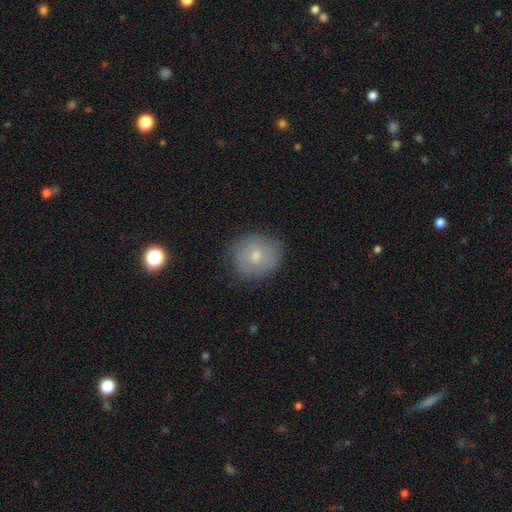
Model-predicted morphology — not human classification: smooth 64%, featured or disk 27%, star or artifact 9%. Down the decision tree: how rounded — round (76%); merging — none (78%).